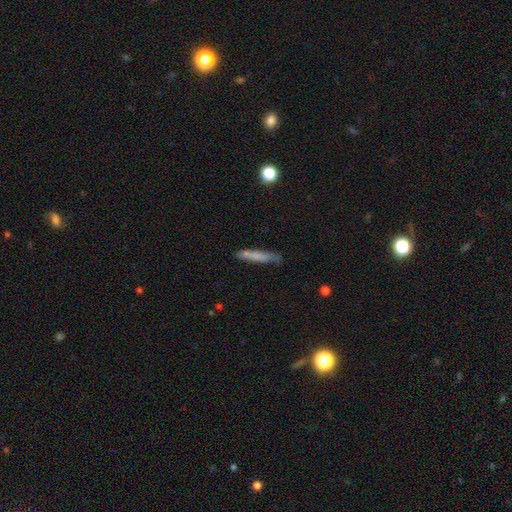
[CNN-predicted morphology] Smooth or featured? smooth (70%)
How rounded? cigar-shaped (91%)
Merging? none (72%)